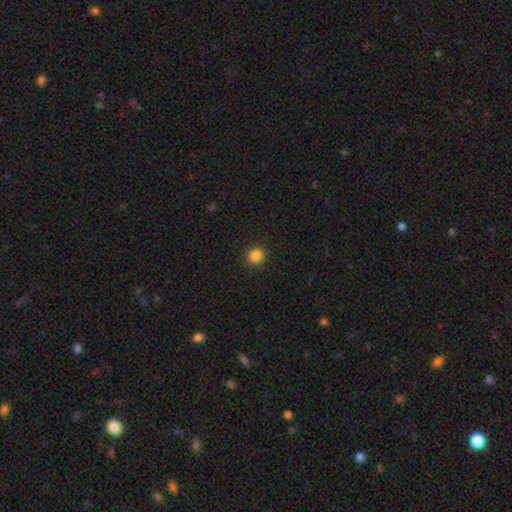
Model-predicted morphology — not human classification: This is clearly a smooth galaxy (85%). How rounded: clearly round (90%). Merging: clearly none (92%).